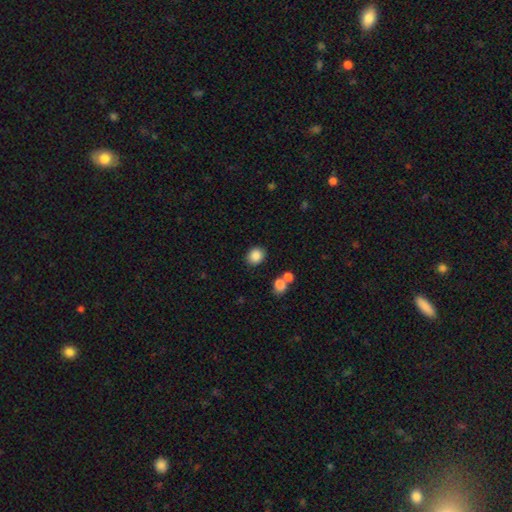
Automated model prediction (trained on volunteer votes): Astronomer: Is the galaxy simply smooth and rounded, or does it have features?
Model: smooth — 86%.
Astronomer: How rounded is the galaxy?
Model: round — 55% (runner-up: in between, 44%).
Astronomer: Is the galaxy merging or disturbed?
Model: none — 81%.